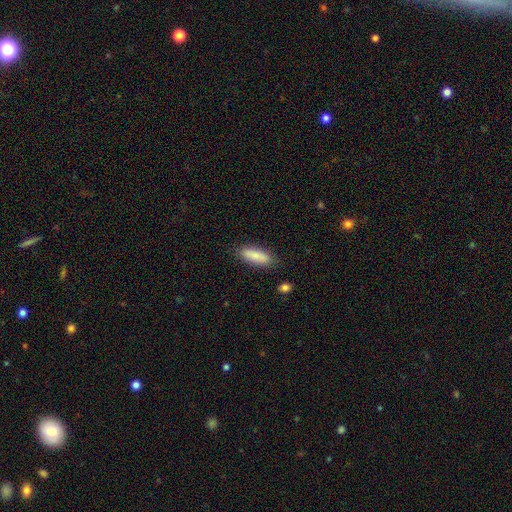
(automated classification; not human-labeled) smooth_or_featured: smooth (p=0.85) [alt: featured or disk p=0.09]
how_rounded: in between (p=0.62) [alt: cigar-shaped p=0.36]
merging: none (p=0.84) [alt: minor disturbance p=0.11]